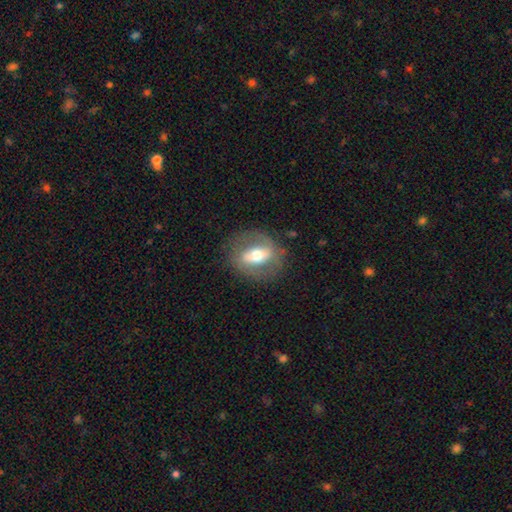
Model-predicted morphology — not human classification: Smooth or featured?
  - featured or disk: 58% *
  - smooth: 35%
  - star or artifact: 8%
Edge-on disk?
  - no: 87% *
  - yes: 13%
Merging?
  - none: 79% *
  - minor disturbance: 13%
  - major disturbance: 7%
  - merger: 1%